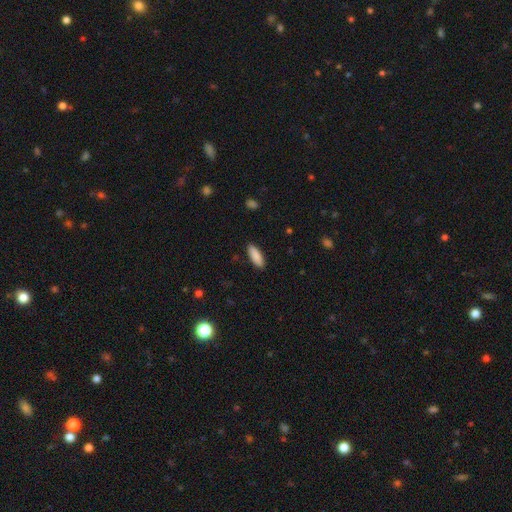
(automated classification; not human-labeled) Q: Smooth or featured?
A: smooth (89%); runner-up: star or artifact (6%)
Q: How rounded?
A: in between (64%); runner-up: cigar-shaped (34%)
Q: Merging?
A: none (89%); runner-up: minor disturbance (8%)